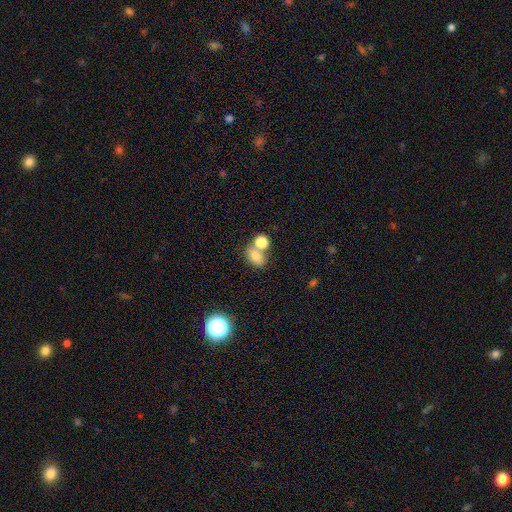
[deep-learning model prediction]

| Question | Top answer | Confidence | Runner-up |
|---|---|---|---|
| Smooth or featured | smooth | 80% | star or artifact (11%) |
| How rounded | in between | 72% | round (26%) |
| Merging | merger | 47% | none (38%) |